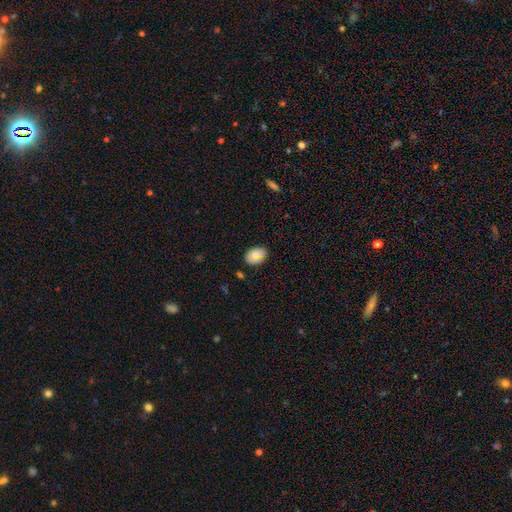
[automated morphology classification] Smooth or featured? Predicted: smooth (p=0.82). How rounded? Predicted: in between (p=0.79). Merging? Predicted: none (p=0.80).